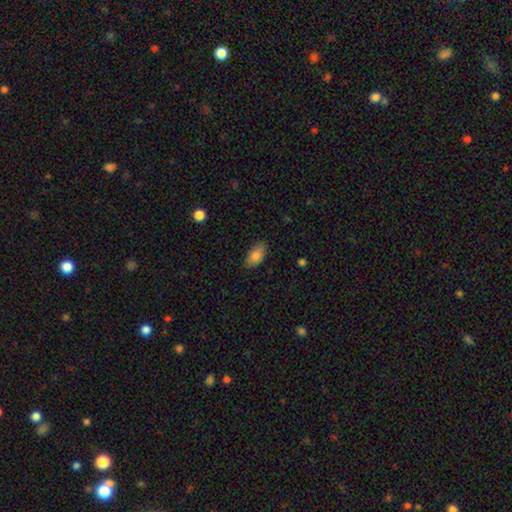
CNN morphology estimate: type=smooth (85%); roundness=in between (92%); merging=none (84%).